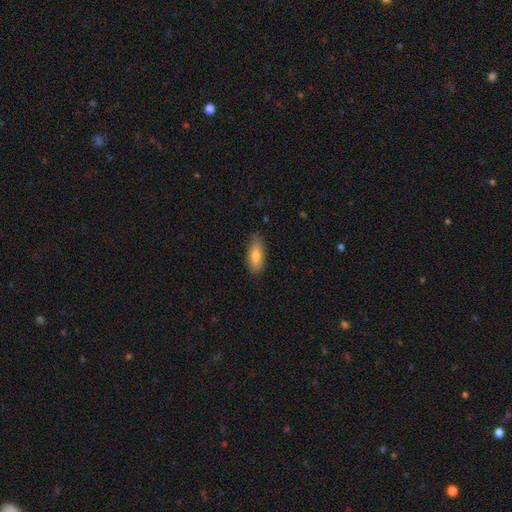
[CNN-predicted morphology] A smooth galaxy with no disk features (81%) that is in between round and cigar-shaped (71%).

Vote fractions:
- Smooth or featured? smooth: 81% / featured or disk: 12% / star or artifact: 6%
- How rounded? in between: 71% / cigar-shaped: 27% / round: 2%
- Merging? none: 83% / minor disturbance: 14% / major disturbance: 2% / merger: 1%